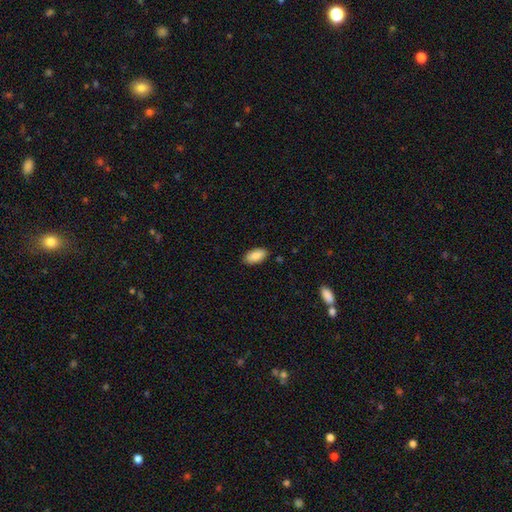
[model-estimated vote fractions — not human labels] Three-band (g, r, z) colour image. It shows a smooth galaxy with no disk features (88%) that is in between round and cigar-shaped (93%). Merging: none (88%).